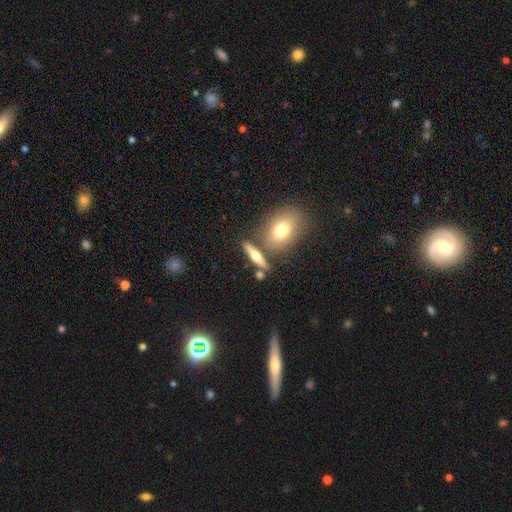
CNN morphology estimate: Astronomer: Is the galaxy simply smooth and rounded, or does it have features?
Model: featured or disk — 46% (runner-up: smooth, 45%).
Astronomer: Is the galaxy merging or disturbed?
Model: none — 72%.